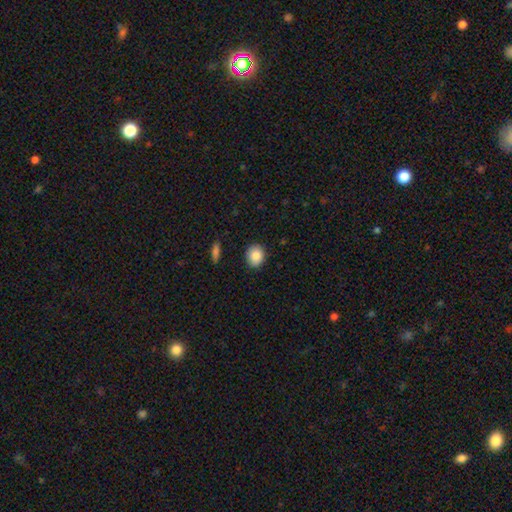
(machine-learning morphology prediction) A smooth galaxy with no disk features (87%) that is round (65%).

Vote fractions:
- Smooth or featured? smooth: 87% / star or artifact: 8% / featured or disk: 5%
- How rounded? round: 65% / in between: 34% / cigar-shaped: 1%
- Merging? none: 88% / minor disturbance: 8% / major disturbance: 2% / merger: 1%